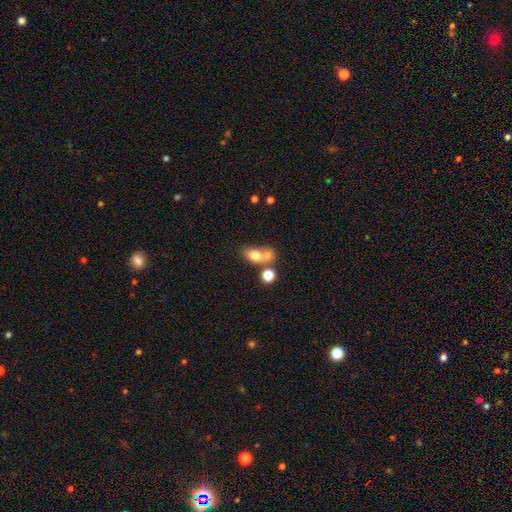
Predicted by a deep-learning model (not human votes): Smooth or featured? smooth (74%)
How rounded? in between (69%)
Merging? merger (51%)